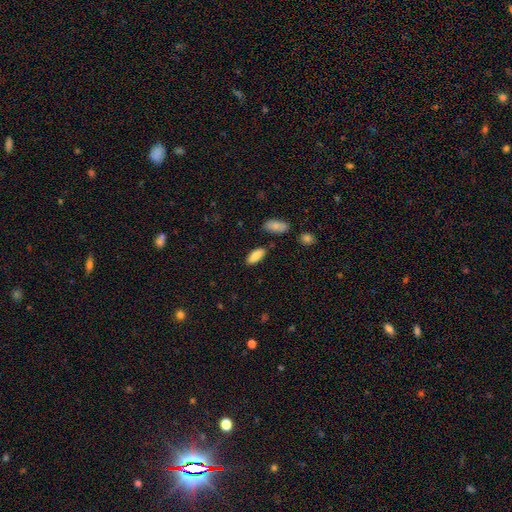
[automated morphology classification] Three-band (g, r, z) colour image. It shows a smooth galaxy with no disk features (86%) that is in between round and cigar-shaped (89%). Merging: none (84%).